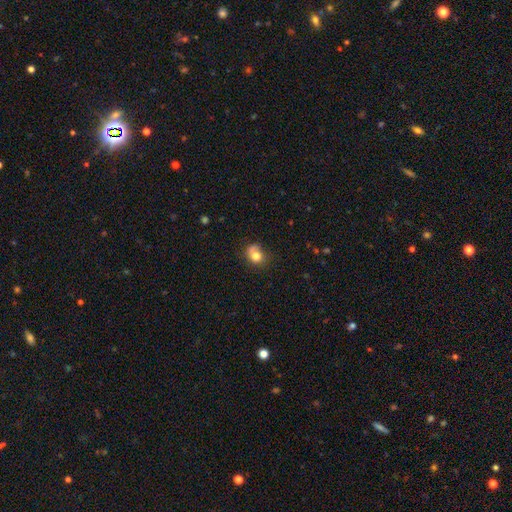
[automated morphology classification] Smooth or featured? Predicted: smooth (p=0.76). How rounded? Predicted: round (p=0.64). Merging? Predicted: none (p=0.46).